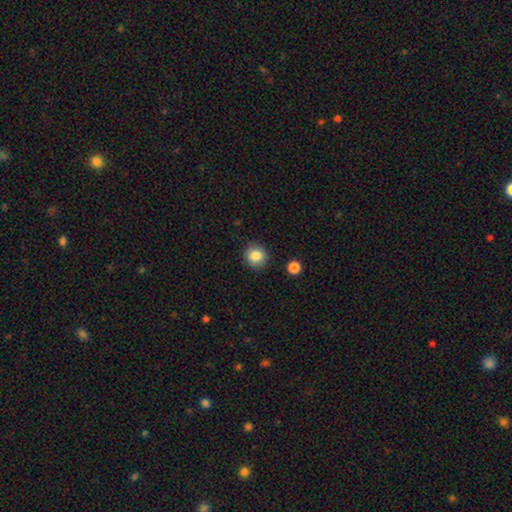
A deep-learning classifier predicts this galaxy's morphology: This appears to be a smooth galaxy with no disk features (85%) that is round (89%). Merging: none (89%).